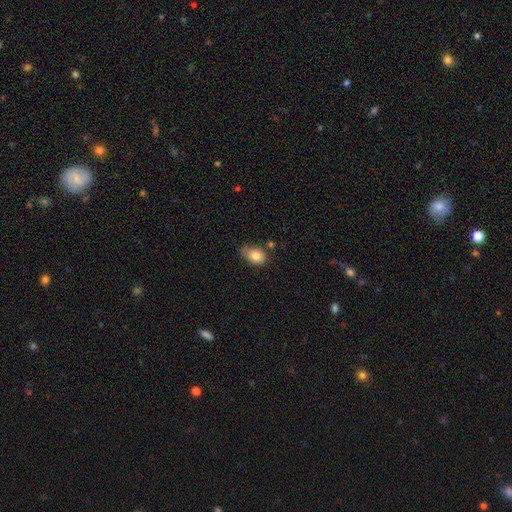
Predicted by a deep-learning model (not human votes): Smooth or featured: smooth — 82% (featured or disk — 10%)
How rounded: in between — 79% (round — 20%)
Merging: none — 58% (minor disturbance — 29%)